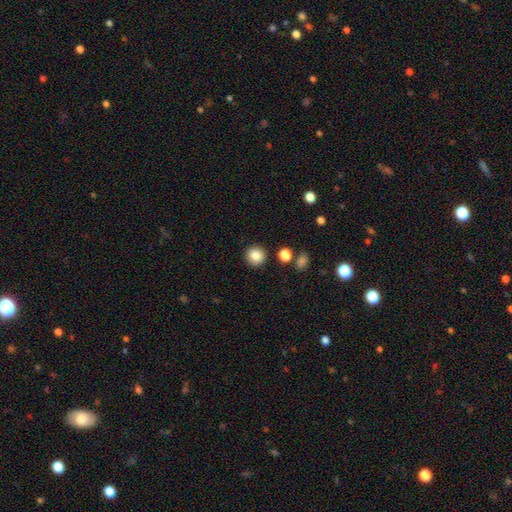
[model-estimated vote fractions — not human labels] Smooth or featured: smooth — 86% (star or artifact — 10%)
How rounded: round — 91% (in between — 8%)
Merging: none — 89% (minor disturbance — 6%)